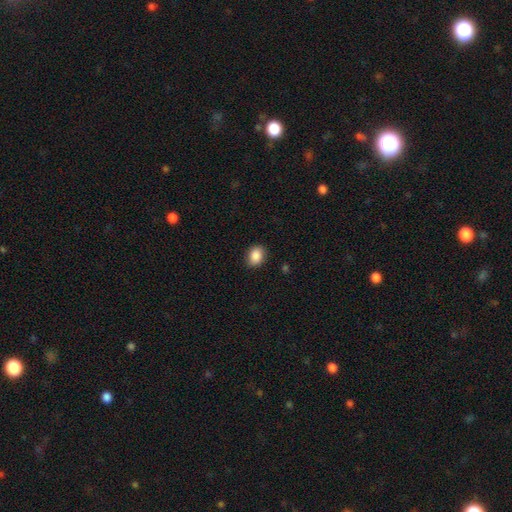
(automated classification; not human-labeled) Smooth or featured: smooth — 88% (star or artifact — 8%)
How rounded: in between — 63% (round — 36%)
Merging: none — 87% (minor disturbance — 9%)